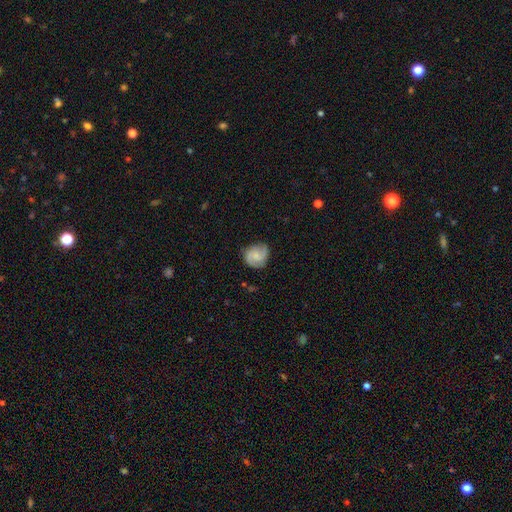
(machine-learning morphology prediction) Overall: featured or disk (62%; smooth 31%). Edge-on disk: no (98%). Bar: no (62%; weak 33%). Spiral arms: yes (94%). Spiral arm count: 2 (71%). Spiral winding: medium (46%; tight 38%). Bulge size: small (44%; moderate 27%). Merging: none (76%).